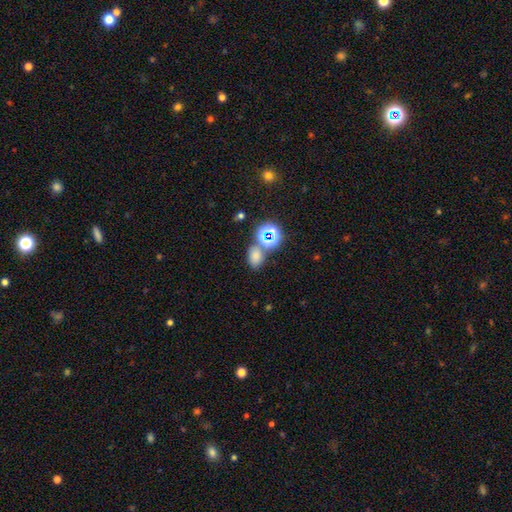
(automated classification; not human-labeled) The model was most divided on "smooth or featured": smooth: 67%, star or artifact: 26%, featured or disk: 8%. More confident: how rounded — in between (73%); merging — none (65%).